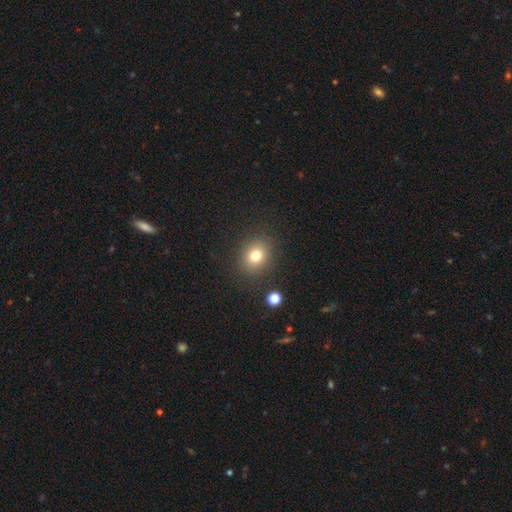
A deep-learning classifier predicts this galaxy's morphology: smooth_or_featured: smooth (p=0.78) [alt: star or artifact p=0.14]
how_rounded: round (p=0.67) [alt: in between p=0.32]
merging: none (p=0.86) [alt: minor disturbance p=0.08]